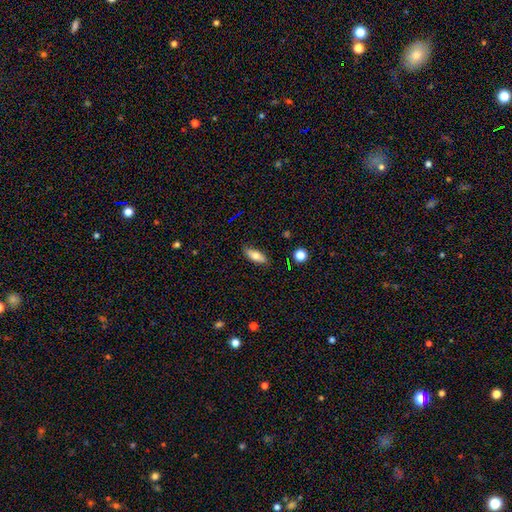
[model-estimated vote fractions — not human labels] This is likely a smooth galaxy (72%). How rounded: likely in between (72%). Merging: clearly none (83%).